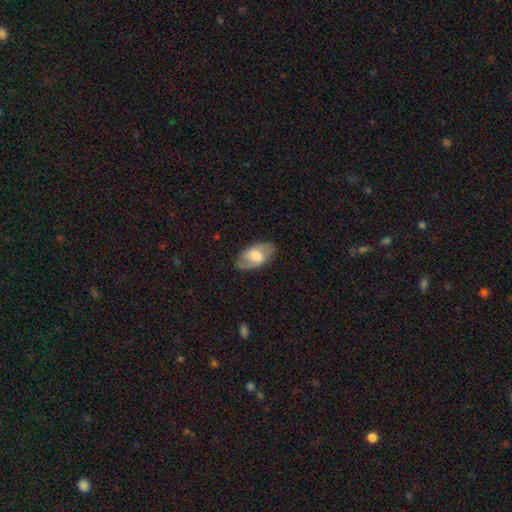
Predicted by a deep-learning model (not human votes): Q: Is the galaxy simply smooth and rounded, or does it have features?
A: smooth — 52%.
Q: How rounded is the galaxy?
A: in between — 92%.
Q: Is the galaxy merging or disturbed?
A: none — 79%.